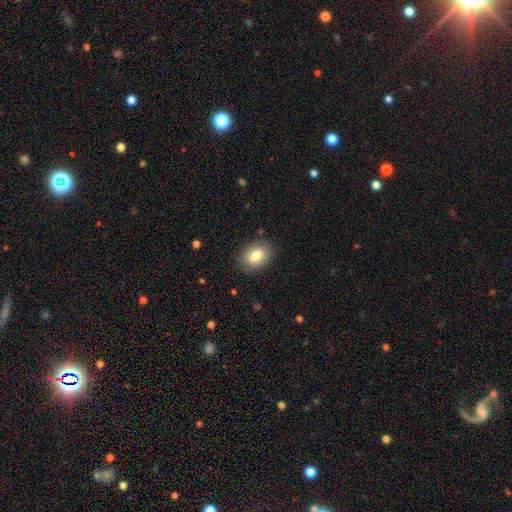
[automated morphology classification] Smooth or featured?
  - smooth: 79% *
  - featured or disk: 14%
  - star or artifact: 8%
How rounded?
  - in between: 79% *
  - round: 20%
  - cigar-shaped: 1%
Merging?
  - none: 84% *
  - minor disturbance: 12%
  - major disturbance: 3%
  - merger: 1%